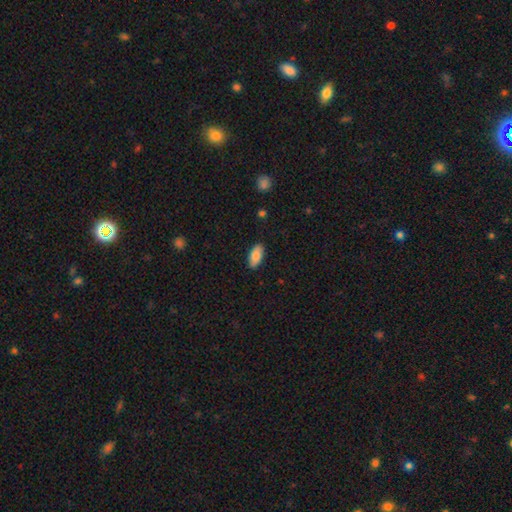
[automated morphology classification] This appears to be a smooth galaxy with no disk features (84%) that is in between round and cigar-shaped (91%). Merging: none (87%).